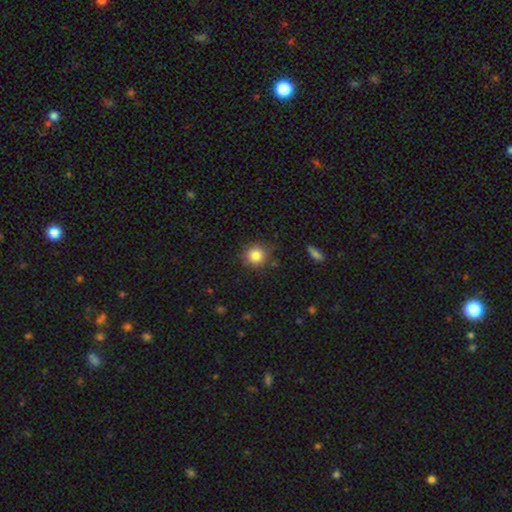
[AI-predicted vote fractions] Smooth or featured?
  - smooth: 84% *
  - star or artifact: 10%
  - featured or disk: 5%
How rounded?
  - round: 92% *
  - in between: 7%
  - cigar-shaped: 1%
Merging?
  - none: 86% *
  - minor disturbance: 10%
  - major disturbance: 3%
  - merger: 2%